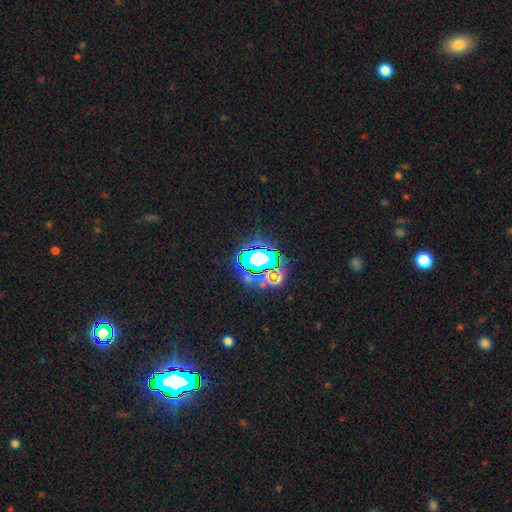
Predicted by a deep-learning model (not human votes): smooth-or-featured: star or artifact: 70% | smooth: 17% | featured or disk: 13%